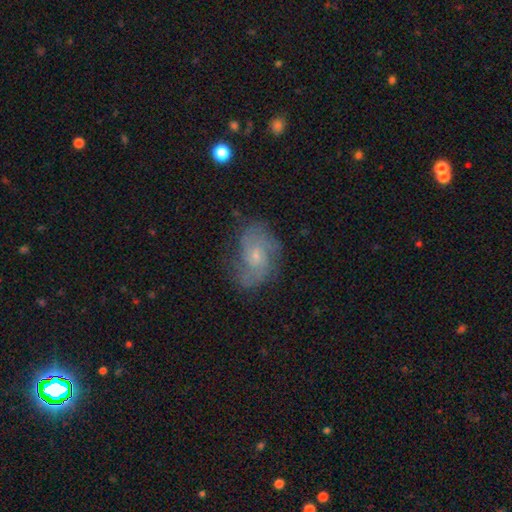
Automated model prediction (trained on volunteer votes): smooth-or-featured: featured or disk: 69% | smooth: 22% | star or artifact: 9%
  disk-edge-on: no: 97% | yes: 3%
    bar: no: 70% | weak: 26% | strong: 4%
    has-spiral-arms: yes: 89% | no: 11%
      spiral-winding: medium: 44% | tight: 32% | loose: 23%
      spiral-arm-count: 2: 47% | can't tell: 27% | 3: 14% | 1: 5% | 4: 5% | more than 4: 4%
    bulge-size: small: 65% | moderate: 28% | none: 4% | large: 2% | dominant: 1%
  merging: none: 64% | minor disturbance: 23% | major disturbance: 11% | merger: 2%